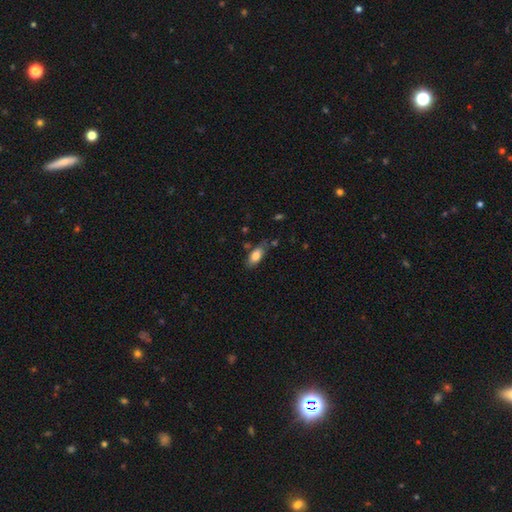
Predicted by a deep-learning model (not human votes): A smooth galaxy with no disk features (80%) that is in between round and cigar-shaped (84%).

Vote fractions:
- Smooth or featured? smooth: 80% / featured or disk: 13% / star or artifact: 7%
- How rounded? in between: 84% / cigar-shaped: 13% / round: 3%
- Merging? none: 68% / minor disturbance: 21% / merger: 6% / major disturbance: 5%